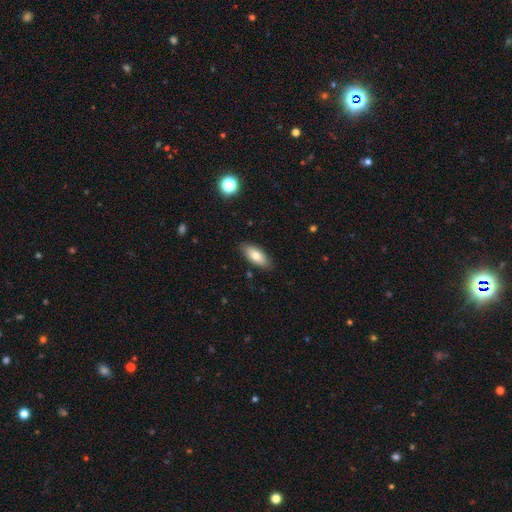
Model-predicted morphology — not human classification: Smooth or featured? Predicted: smooth (p=0.76). How rounded? Predicted: in between (p=0.84). Merging? Predicted: none (p=0.86).